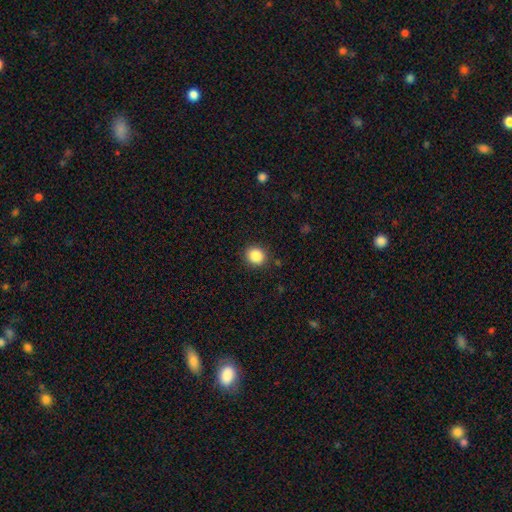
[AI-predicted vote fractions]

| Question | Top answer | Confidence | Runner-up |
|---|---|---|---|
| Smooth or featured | smooth | 87% | star or artifact (9%) |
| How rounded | round | 80% | in between (19%) |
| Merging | none | 89% | minor disturbance (8%) |